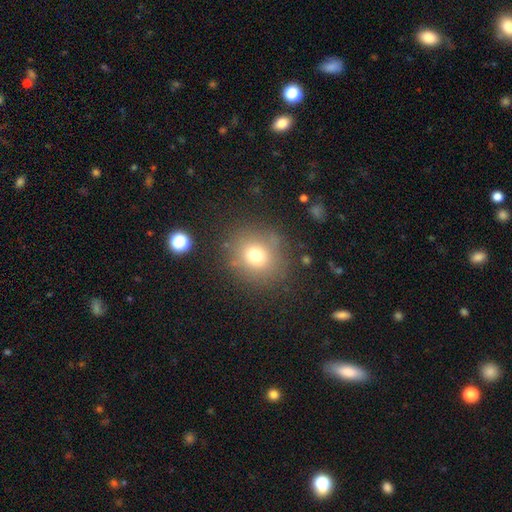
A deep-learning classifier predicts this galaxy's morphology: Overall: smooth (72%). How rounded: round (82%). Merging: none (79%).